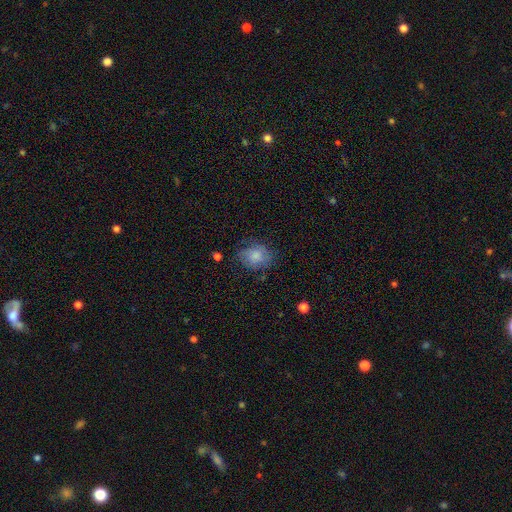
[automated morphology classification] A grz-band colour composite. It shows a smooth galaxy with no disk features (75%) that is round (54%). Merging: none (62%).